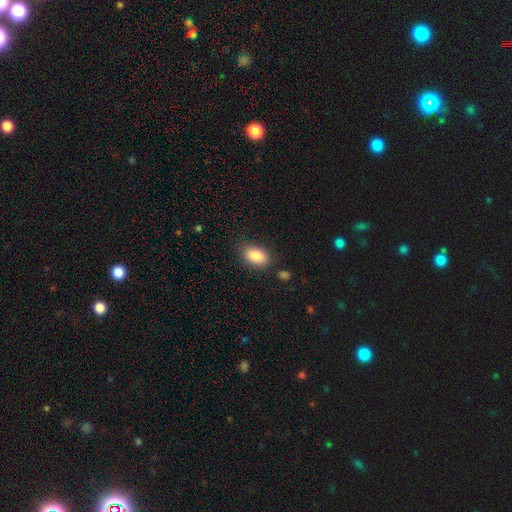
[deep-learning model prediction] Overall: smooth (87%). How rounded: in between (89%). Merging: none (81%).